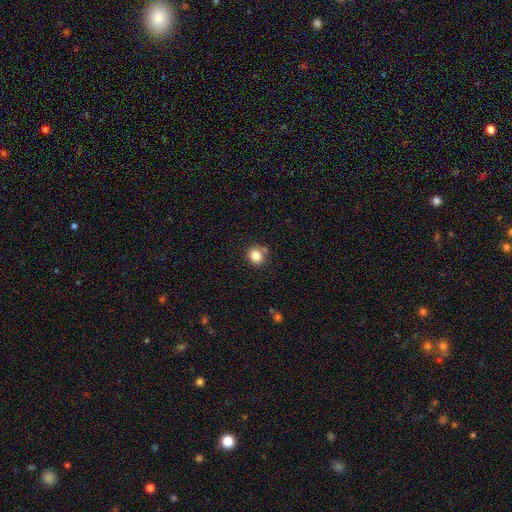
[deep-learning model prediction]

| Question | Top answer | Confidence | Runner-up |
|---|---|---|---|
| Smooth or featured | smooth | 83% | star or artifact (11%) |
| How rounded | round | 84% | in between (16%) |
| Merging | none | 78% | minor disturbance (12%) |